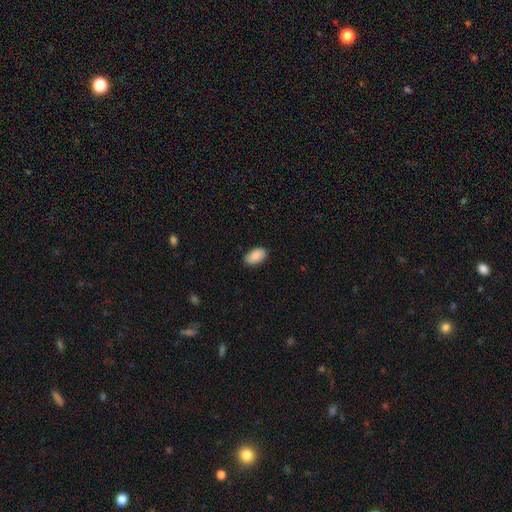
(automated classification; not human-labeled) A smooth galaxy with no disk features (90%) that is in between round and cigar-shaped (94%). Merging: none (87%).